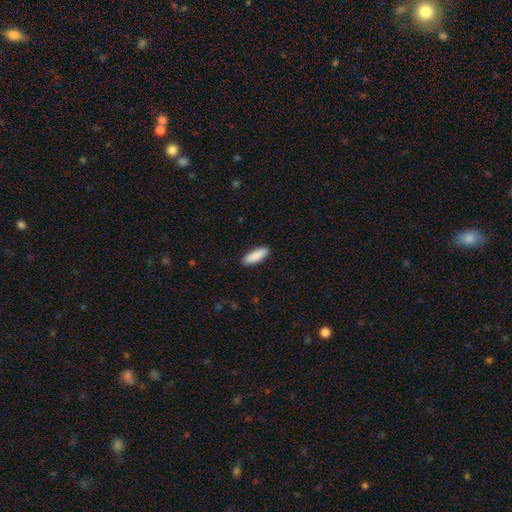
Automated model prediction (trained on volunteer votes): smooth_or_featured: smooth (p=0.89) [alt: star or artifact p=0.06]
how_rounded: in between (p=0.53) [alt: cigar-shaped p=0.46]
merging: none (p=0.90) [alt: minor disturbance p=0.07]